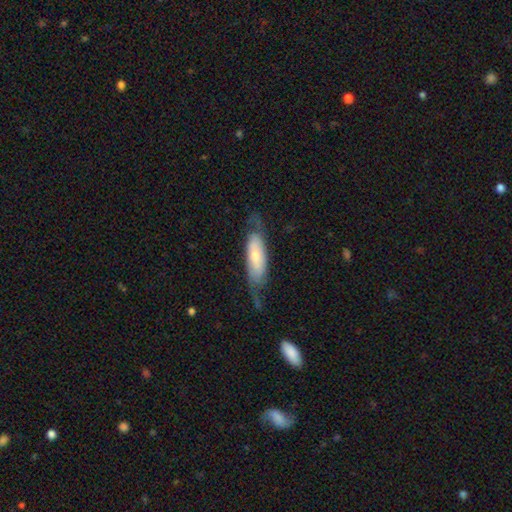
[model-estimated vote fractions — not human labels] The model was most divided on "smooth or featured": featured or disk: 50%, smooth: 44%, star or artifact: 6%. More confident: edge-on disk — no (73%); merging — none (56%).